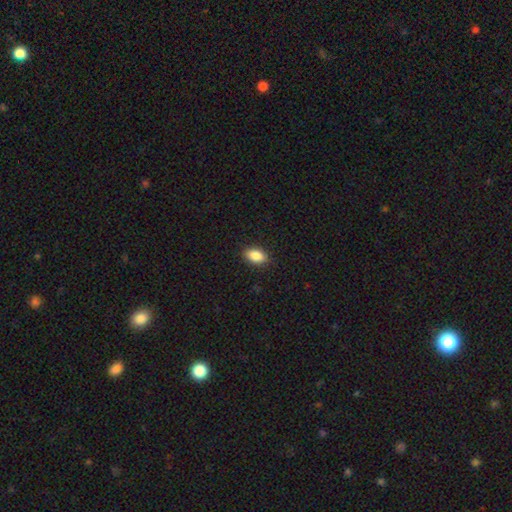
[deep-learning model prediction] A smooth galaxy with no disk features (88%) that is in between round and cigar-shaped (90%).

Vote fractions:
- Smooth or featured? smooth: 88% / star or artifact: 8% / featured or disk: 5%
- How rounded? in between: 90% / round: 8% / cigar-shaped: 2%
- Merging? none: 89% / minor disturbance: 8% / major disturbance: 2% / merger: 1%